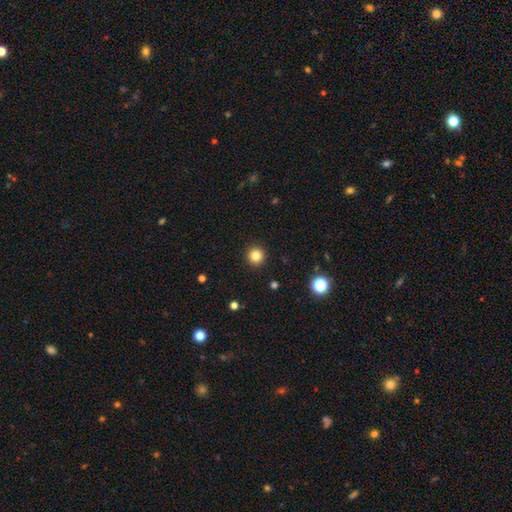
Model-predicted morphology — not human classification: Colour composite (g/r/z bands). It shows a smooth galaxy with no disk features (83%) that is round (96%). Merging: none (93%).